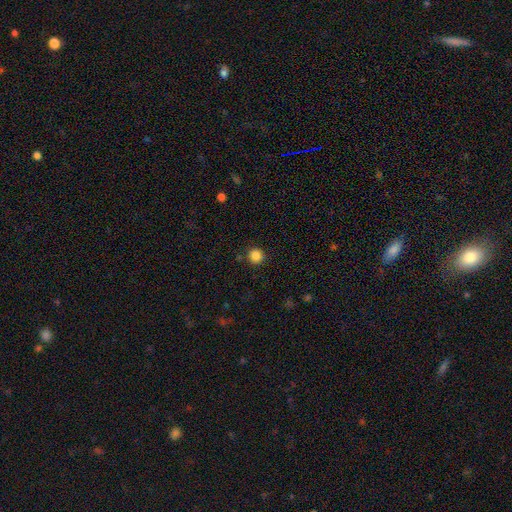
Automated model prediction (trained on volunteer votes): Smooth or featured: smooth — 85% (star or artifact — 11%)
How rounded: round — 94% (in between — 5%)
Merging: none — 89% (minor disturbance — 6%)